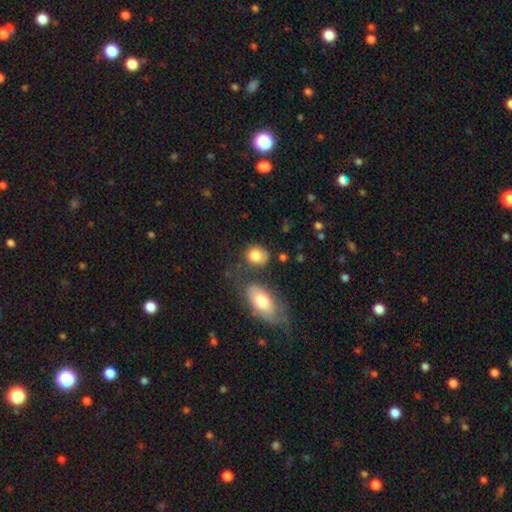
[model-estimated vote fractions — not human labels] Overall: smooth (83%). How rounded: round (53%; in between 45%). Merging: none (57%; minor disturbance 20%).